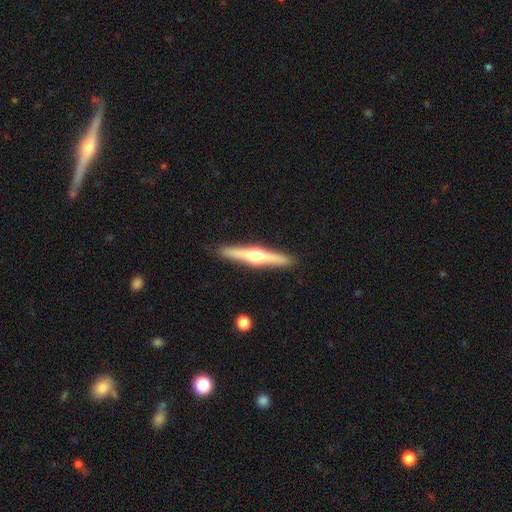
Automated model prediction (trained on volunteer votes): Smooth or featured: featured or disk — 68% (smooth — 27%)
Edge-on disk: yes — 97% (no — 3%)
Edge-on bulge: rounded — 94% (boxy — 3%)
Merging: none — 91% (minor disturbance — 6%)